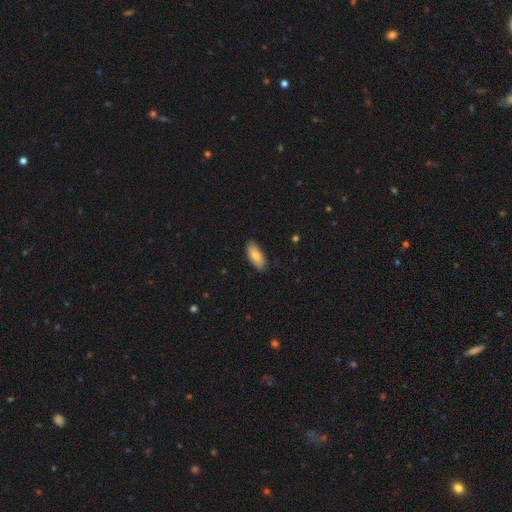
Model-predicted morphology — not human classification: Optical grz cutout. It shows a smooth galaxy with no disk features (82%) that is in between round and cigar-shaped (87%). Merging: none (86%).